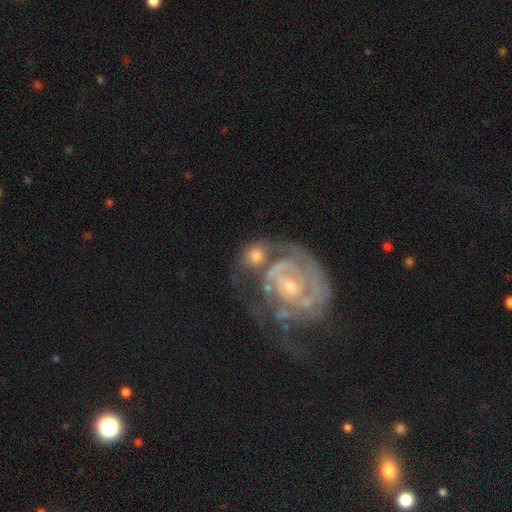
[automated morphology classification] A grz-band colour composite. It shows a featured or disk galaxy (51%). Merging: none (44%).